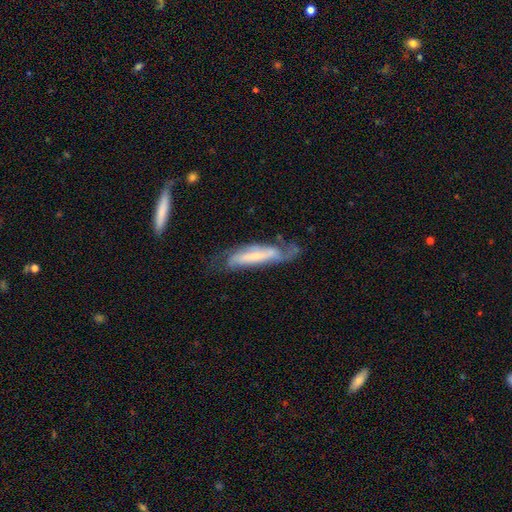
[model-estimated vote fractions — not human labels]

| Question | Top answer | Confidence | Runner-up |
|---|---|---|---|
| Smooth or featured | featured or disk | 69% | smooth (25%) |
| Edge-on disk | no | 69% | yes (31%) |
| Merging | none | 52% | minor disturbance (26%) |